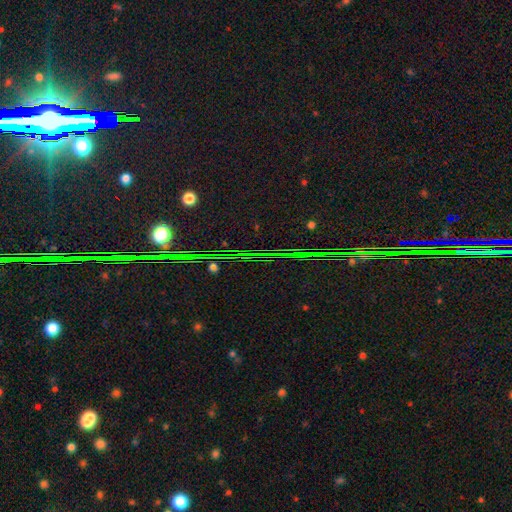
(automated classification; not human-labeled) smooth_or_featured: star or artifact (p=0.85) [alt: featured or disk p=0.08]